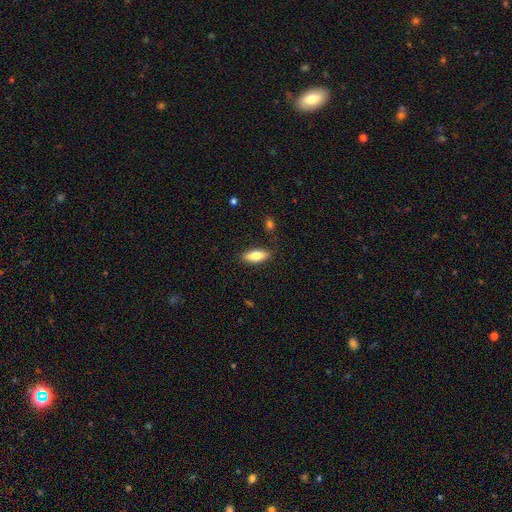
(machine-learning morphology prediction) This is likely a smooth galaxy (74%). How rounded: likely in between (67%). Merging: clearly none (87%).